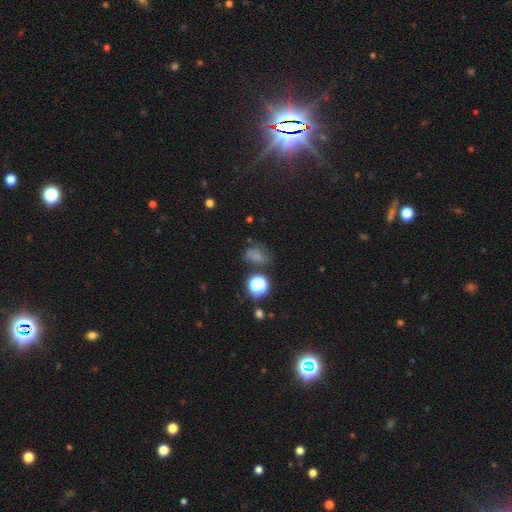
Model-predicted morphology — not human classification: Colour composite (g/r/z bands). It shows a smooth galaxy with no disk features (60%) that is in between round and cigar-shaped (58%). Merging: none (53%).